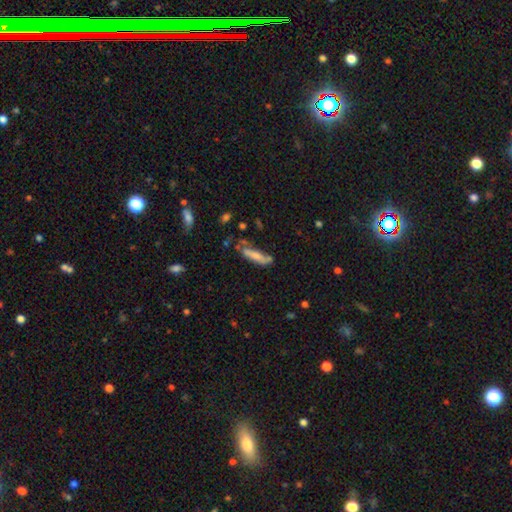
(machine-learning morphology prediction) Smooth or featured? Predicted: smooth (p=0.65). How rounded? Predicted: cigar-shaped (p=0.73). Merging? Predicted: none (p=0.51).